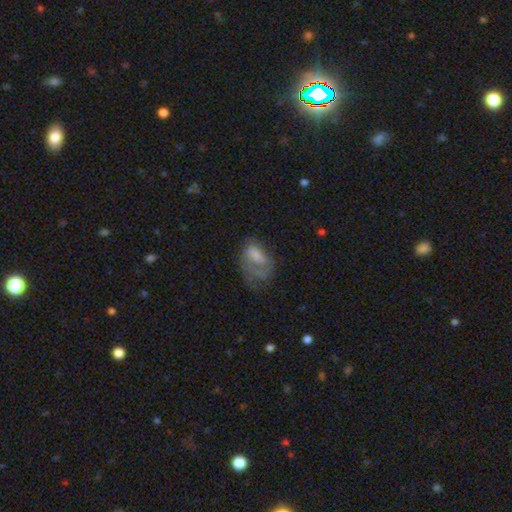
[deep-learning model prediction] smooth-or-featured: smooth: 49% | featured or disk: 39% | star or artifact: 12%
  merging: major disturbance: 44% | none: 29% | minor disturbance: 24% | merger: 3%